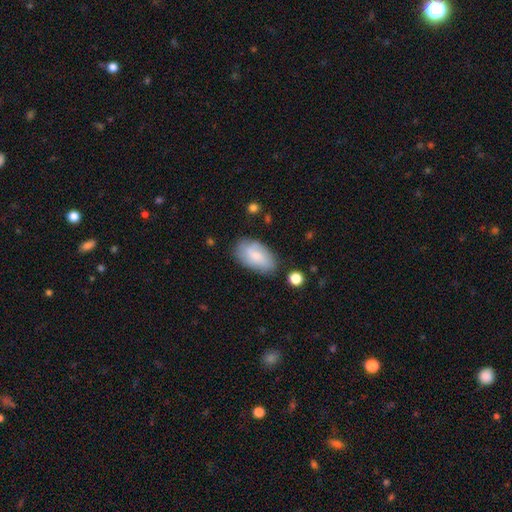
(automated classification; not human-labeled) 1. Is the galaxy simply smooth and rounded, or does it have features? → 67% smooth, 26% featured or disk, 7% star or artifact.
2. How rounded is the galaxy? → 93% in between, 4% round, 3% cigar-shaped.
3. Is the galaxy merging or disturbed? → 72% none, 20% minor disturbance, 5% major disturbance, 3% merger.